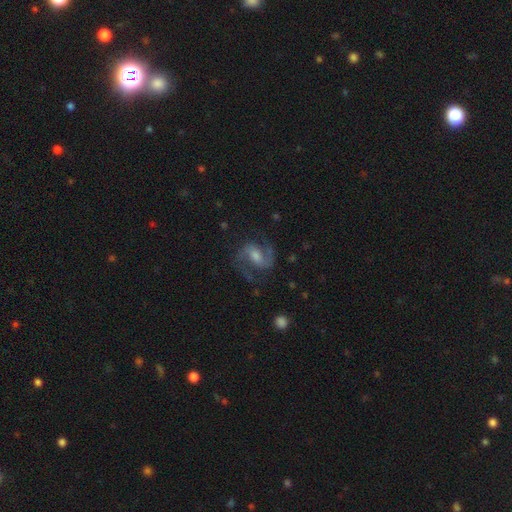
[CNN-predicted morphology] Q: Smooth or featured?
A: featured or disk (88%); runner-up: smooth (6%)
Q: Edge-on disk?
A: no (98%); runner-up: yes (2%)
Q: Bar?
A: weak (50%); runner-up: no (26%)
Q: Spiral arms?
A: yes (98%); runner-up: no (2%)
Q: Spiral winding?
A: medium (62%); runner-up: loose (23%)
Q: Spiral arm count?
A: 2 (93%); runner-up: can't tell (2%)
Q: Bulge size?
A: moderate (48%); runner-up: small (30%)
Q: Merging?
A: none (77%); runner-up: minor disturbance (14%)